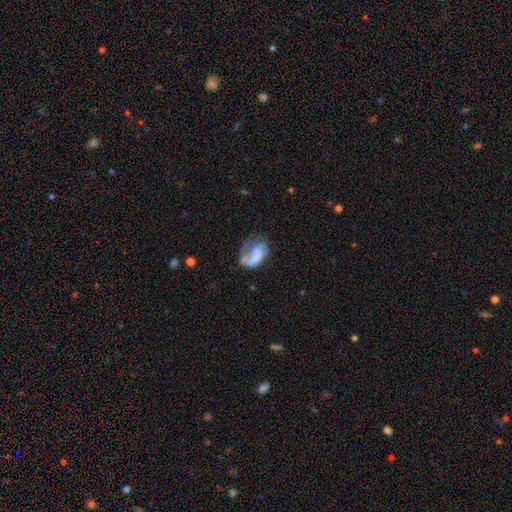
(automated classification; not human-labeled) This appears to be a featured or disk galaxy (60%) with no bar (61%), spiral arms (75%) and no central bulge (41%). Merging: major disturbance (41%).